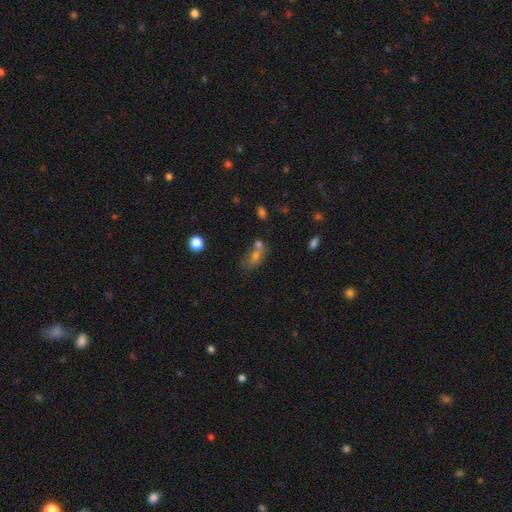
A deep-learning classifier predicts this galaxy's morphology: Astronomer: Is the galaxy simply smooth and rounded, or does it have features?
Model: smooth — 63%.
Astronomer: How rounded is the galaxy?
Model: in between — 74%.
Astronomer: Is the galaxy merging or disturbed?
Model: merger — 43% (runner-up: none, 36%).